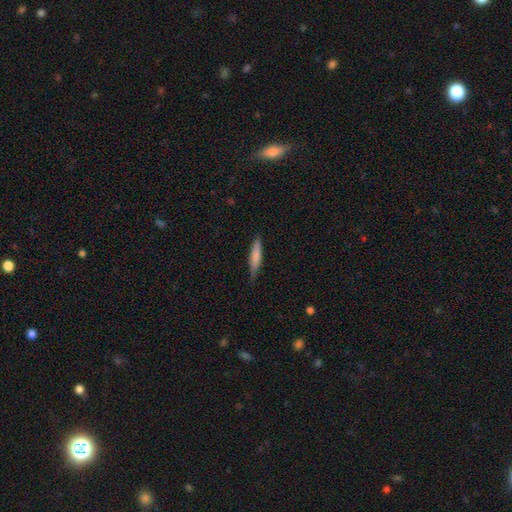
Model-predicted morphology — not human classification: The model was most divided on "smooth or featured": smooth: 75%, featured or disk: 20%, star or artifact: 6%. More confident: how rounded — cigar-shaped (86%); merging — none (79%).